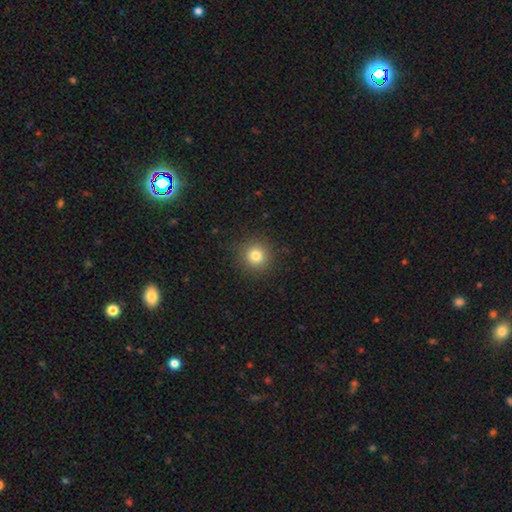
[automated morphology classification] smooth 80%, star or artifact 13%, featured or disk 7%. Down the decision tree: how rounded — round (94%); merging — none (90%).